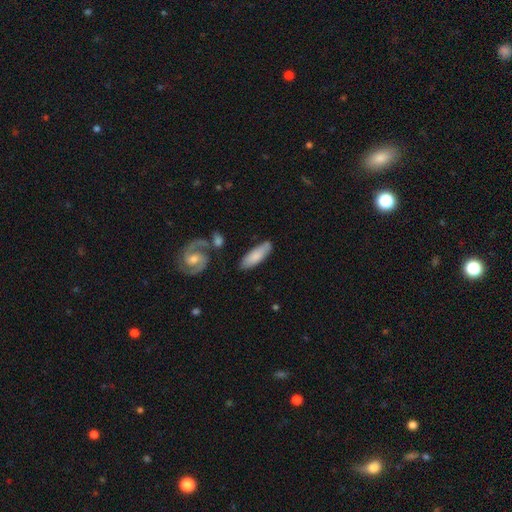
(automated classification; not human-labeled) A smooth galaxy with no disk features (72%) that is in between round and cigar-shaped (51%). Merging: none (76%).